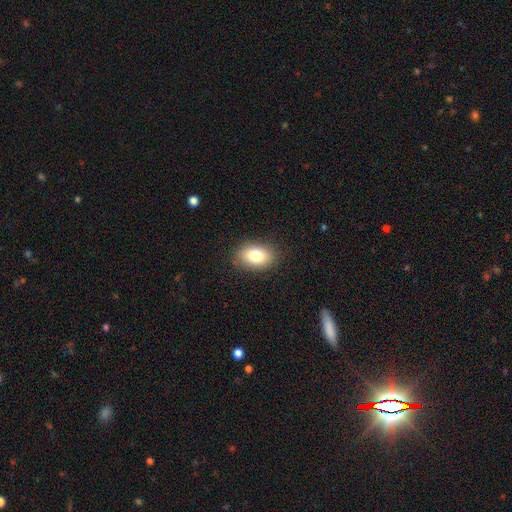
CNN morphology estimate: smooth_or_featured: smooth (p=0.82) [alt: featured or disk p=0.10]
how_rounded: in between (p=0.85) [alt: round p=0.13]
merging: none (p=0.87) [alt: minor disturbance p=0.09]